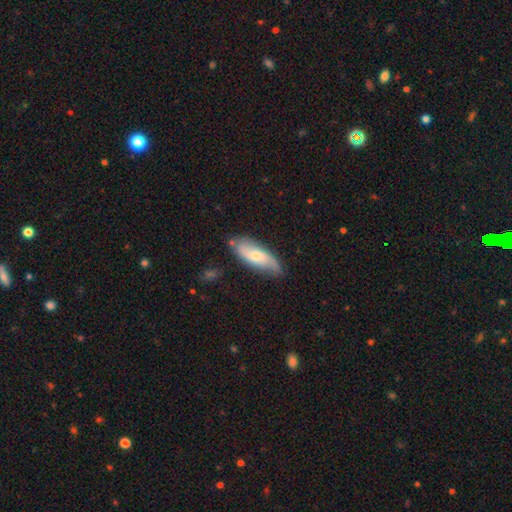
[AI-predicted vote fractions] Smooth or featured: smooth — 47% (tied with featured or disk — 47%)
Merging: none — 70% (minor disturbance — 22%)